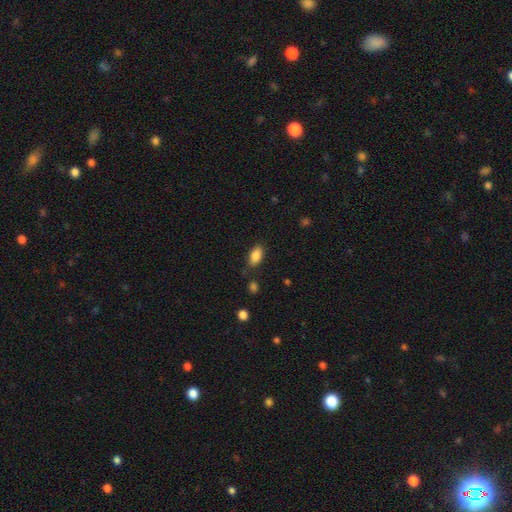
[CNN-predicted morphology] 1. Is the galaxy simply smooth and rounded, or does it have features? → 86% smooth, 8% star or artifact, 6% featured or disk.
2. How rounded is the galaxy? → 90% in between, 5% round, 5% cigar-shaped.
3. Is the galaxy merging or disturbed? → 81% none, 13% minor disturbance, 3% major disturbance, 3% merger.